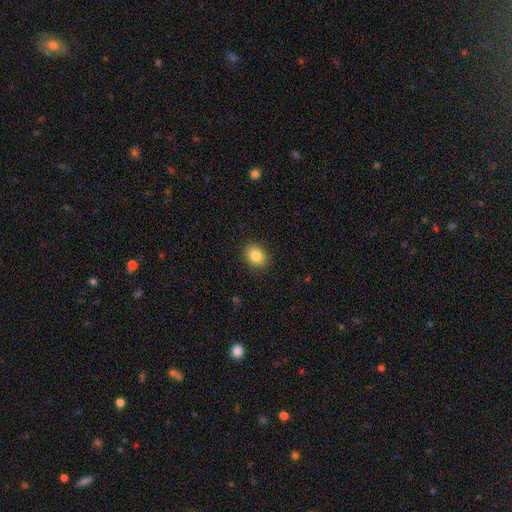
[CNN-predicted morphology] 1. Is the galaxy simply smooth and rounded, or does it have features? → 85% smooth, 9% star or artifact, 6% featured or disk.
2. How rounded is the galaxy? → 56% in between, 43% round, 1% cigar-shaped.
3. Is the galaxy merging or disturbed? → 89% none, 8% minor disturbance, 2% major disturbance, 1% merger.